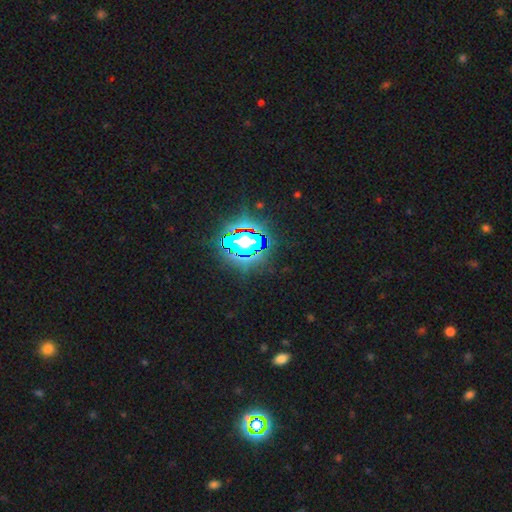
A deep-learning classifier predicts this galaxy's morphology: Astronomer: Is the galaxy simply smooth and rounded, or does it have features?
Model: star or artifact — 84%.